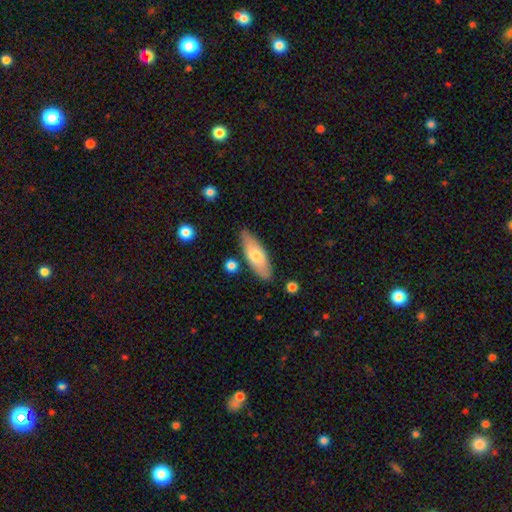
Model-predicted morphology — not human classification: This appears to be a smooth galaxy with no disk features (65%) that is in between round and cigar-shaped (64%). Merging: none (82%).